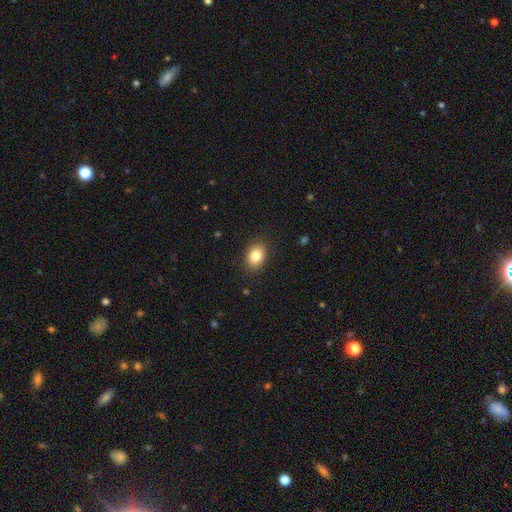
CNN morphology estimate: This is clearly a smooth galaxy (84%). How rounded: likely in between (72%). Merging: clearly none (87%).